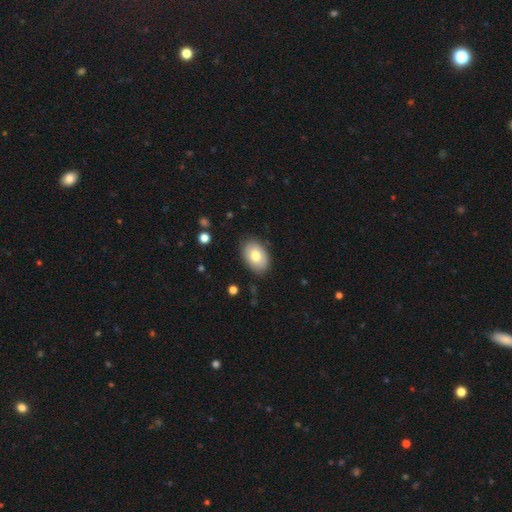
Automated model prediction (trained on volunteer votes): A smooth galaxy with no disk features (77%) that is in between round and cigar-shaped (86%).

Vote fractions:
- Smooth or featured? smooth: 77% / featured or disk: 17% / star or artifact: 7%
- How rounded? in between: 86% / round: 13% / cigar-shaped: 1%
- Merging? none: 85% / minor disturbance: 12% / major disturbance: 3% / merger: 1%